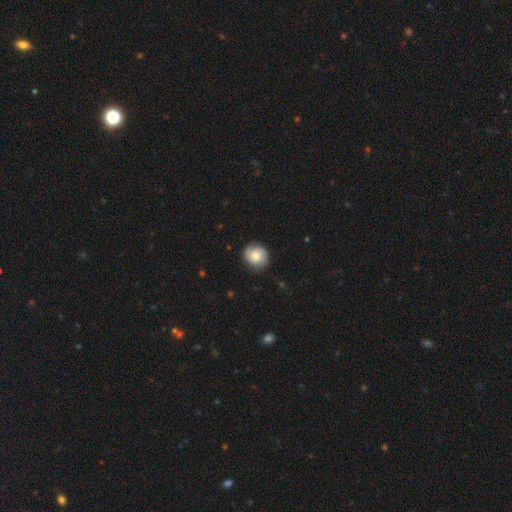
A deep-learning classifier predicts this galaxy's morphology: This is likely a smooth galaxy (68%). How rounded: clearly round (84%). Merging: clearly none (84%).